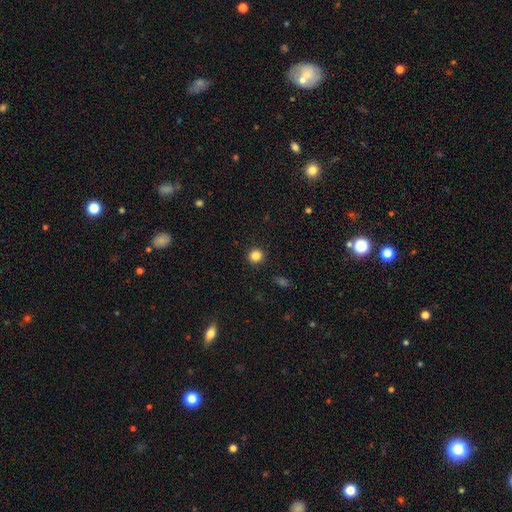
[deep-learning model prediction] Q: Smooth or featured?
A: smooth (84%); runner-up: star or artifact (12%)
Q: How rounded?
A: round (93%); runner-up: in between (6%)
Q: Merging?
A: none (92%); runner-up: minor disturbance (5%)